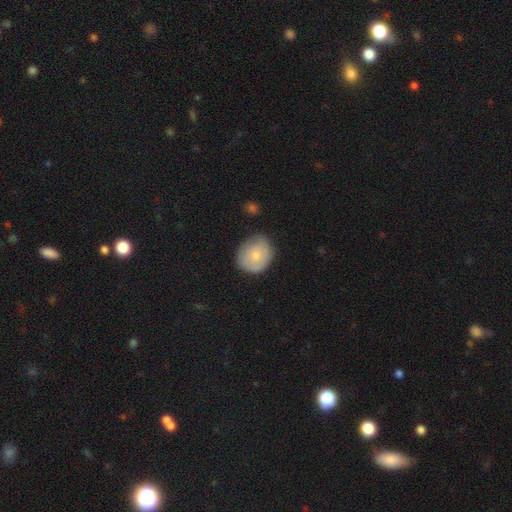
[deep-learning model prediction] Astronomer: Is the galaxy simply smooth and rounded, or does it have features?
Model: smooth — 67%.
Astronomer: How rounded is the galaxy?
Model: round — 78%.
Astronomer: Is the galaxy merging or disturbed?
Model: none — 64%.